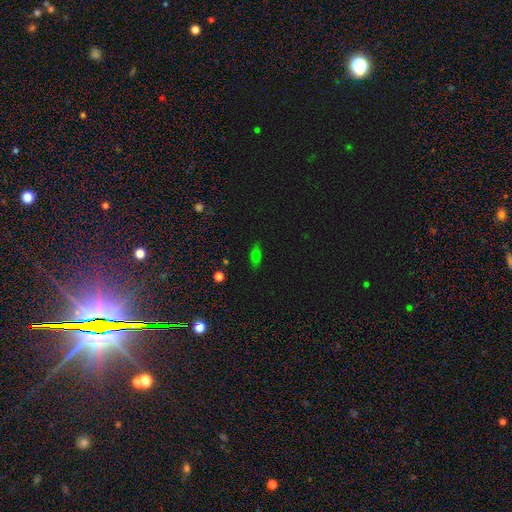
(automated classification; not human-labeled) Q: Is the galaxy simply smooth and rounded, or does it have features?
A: smooth — 62%.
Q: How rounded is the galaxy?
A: in between — 72%.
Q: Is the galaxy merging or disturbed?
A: none — 84%.